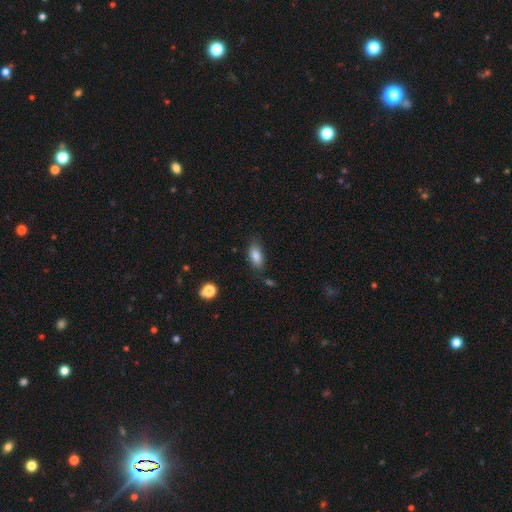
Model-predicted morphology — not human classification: Q: Smooth or featured?
A: smooth (84%); runner-up: star or artifact (8%)
Q: How rounded?
A: in between (87%); runner-up: cigar-shaped (8%)
Q: Merging?
A: none (76%); runner-up: minor disturbance (17%)